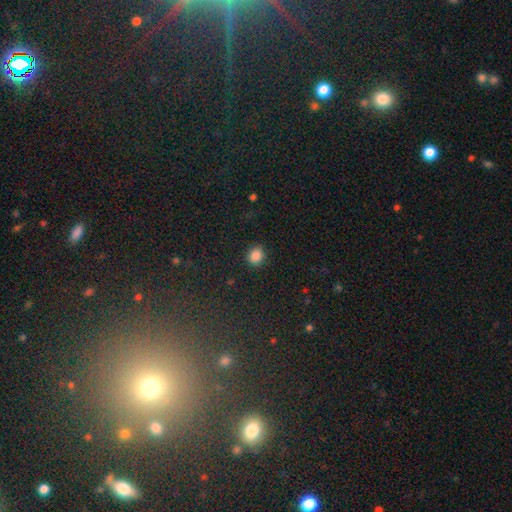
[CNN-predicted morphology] Smooth or featured? Predicted: smooth (p=0.86). How rounded? Predicted: round (p=0.77). Merging? Predicted: none (p=0.89).